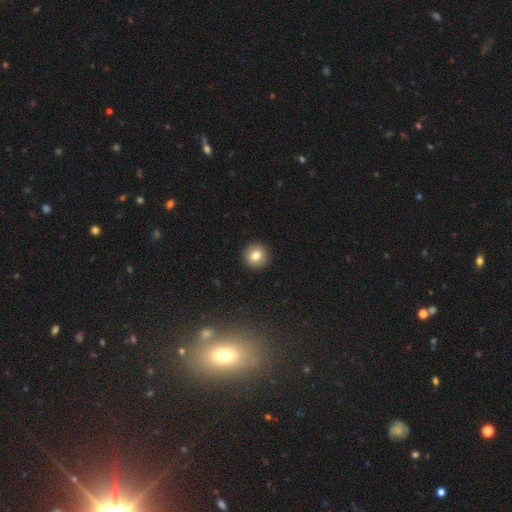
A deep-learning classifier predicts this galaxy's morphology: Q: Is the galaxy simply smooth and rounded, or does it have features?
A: smooth — 80%.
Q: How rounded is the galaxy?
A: round — 94%.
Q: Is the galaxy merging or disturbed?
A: none — 93%.